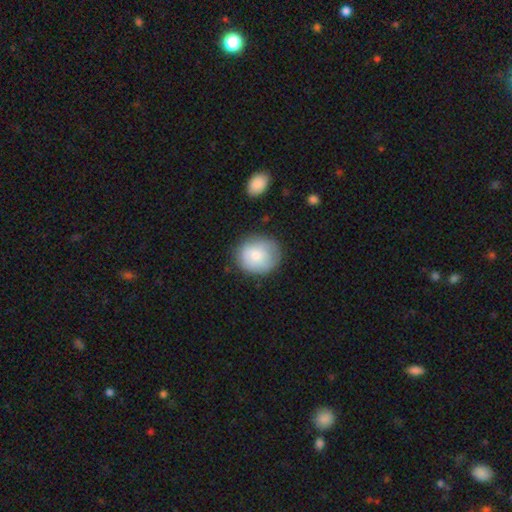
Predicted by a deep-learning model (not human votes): The model was most divided on "merging": none: 73%, minor disturbance: 19%, major disturbance: 6%, merger: 2%. More confident: how rounded — round (84%); smooth or featured — smooth (75%).